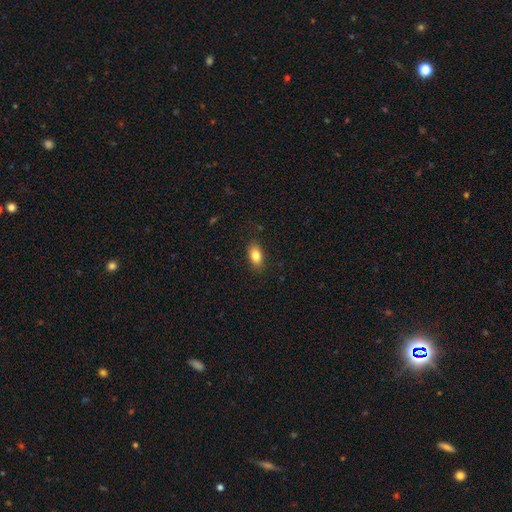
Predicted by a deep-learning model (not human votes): Q: Smooth or featured?
A: smooth (84%); runner-up: featured or disk (8%)
Q: How rounded?
A: in between (88%); runner-up: round (7%)
Q: Merging?
A: none (86%); runner-up: minor disturbance (11%)